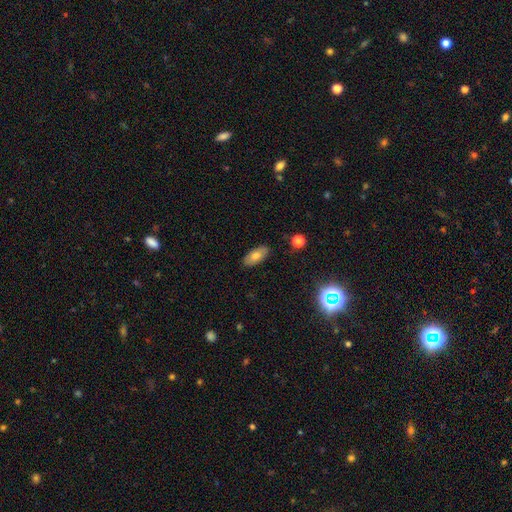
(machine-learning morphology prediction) smooth 71%, featured or disk 20%, star or artifact 9%. Down the decision tree: how rounded — in between (88%); merging — none (86%).